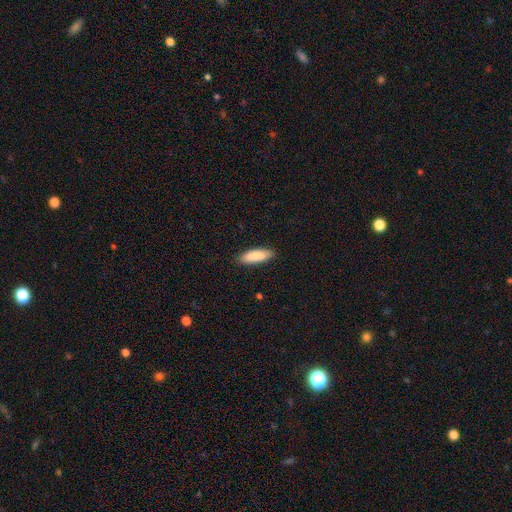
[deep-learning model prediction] Overall: smooth (88%). How rounded: in between (56%; cigar-shaped 43%). Merging: none (88%).